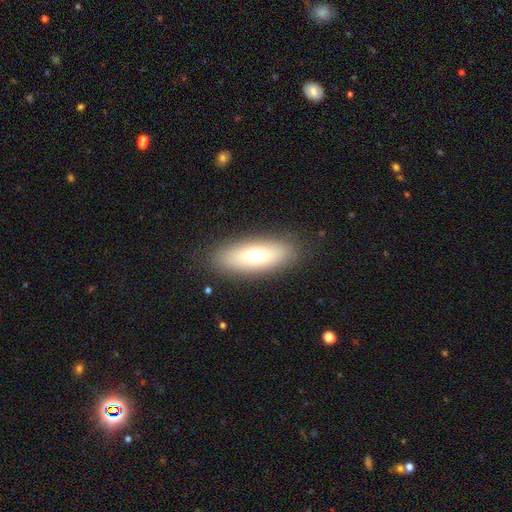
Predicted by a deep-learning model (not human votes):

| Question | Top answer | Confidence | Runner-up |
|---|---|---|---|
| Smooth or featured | smooth | 65% | featured or disk (26%) |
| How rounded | in between | 67% | cigar-shaped (29%) |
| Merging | none | 87% | minor disturbance (9%) |